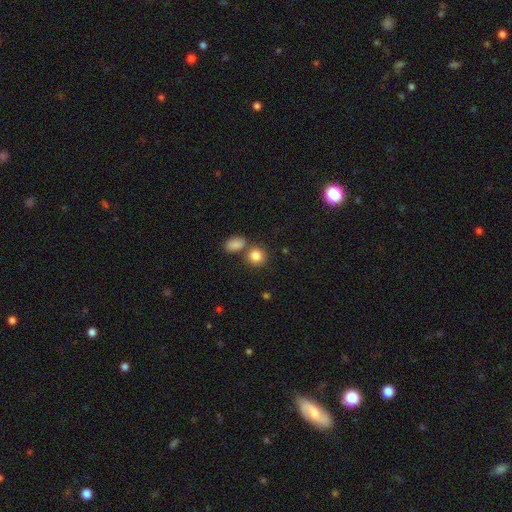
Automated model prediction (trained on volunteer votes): smooth_or_featured: smooth (p=0.84) [alt: star or artifact p=0.10]
how_rounded: round (p=0.82) [alt: in between p=0.17]
merging: none (p=0.66) [alt: merger p=0.21]